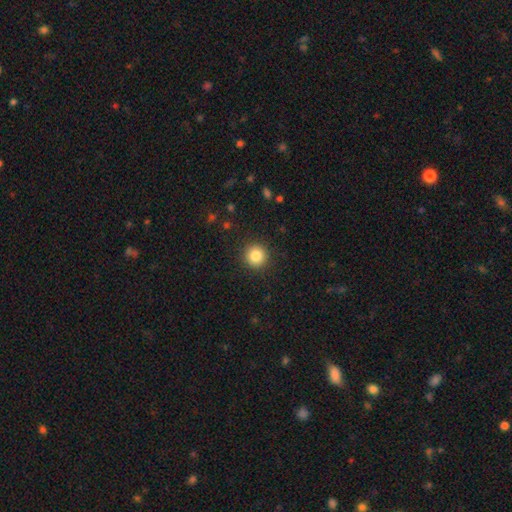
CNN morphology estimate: type=smooth (85%); roundness=round (95%); merging=none (92%).